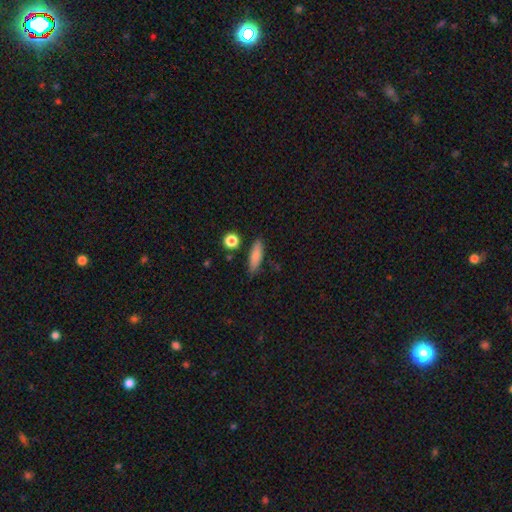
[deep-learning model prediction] Smooth or featured: smooth — 78% (featured or disk — 14%)
How rounded: cigar-shaped — 54% (in between — 42%)
Merging: none — 81% (minor disturbance — 13%)